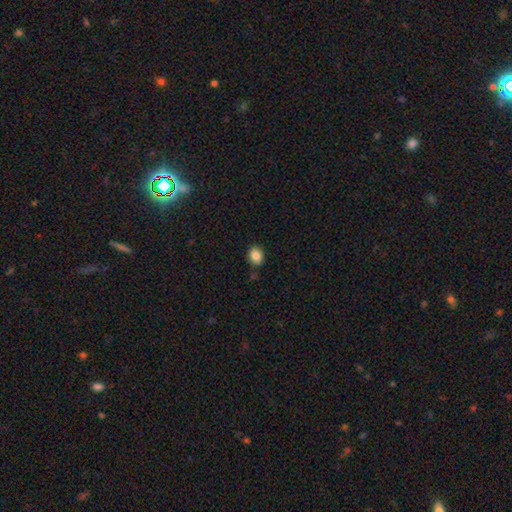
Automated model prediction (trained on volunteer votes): Smooth or featured?
  - smooth: 86% *
  - star or artifact: 9%
  - featured or disk: 5%
How rounded?
  - in between: 50% *
  - round: 49%
  - cigar-shaped: 1%
Merging?
  - none: 82% *
  - minor disturbance: 12%
  - merger: 3%
  - major disturbance: 2%